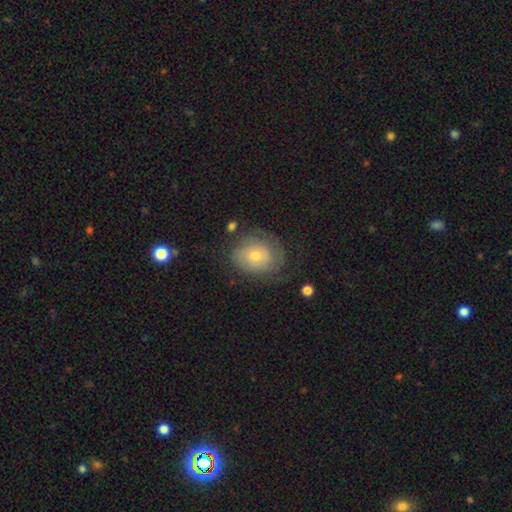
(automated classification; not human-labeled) featured or disk 48%, smooth 42%, star or artifact 10%. Down the decision tree: merging — none (63%).